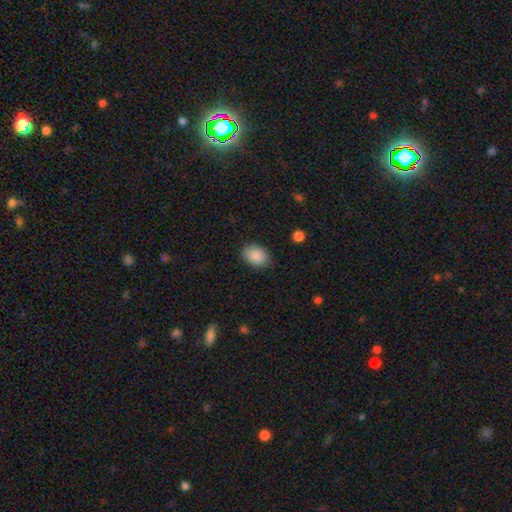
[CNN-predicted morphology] type=smooth (89%); roundness=in between (68%); merging=none (85%).